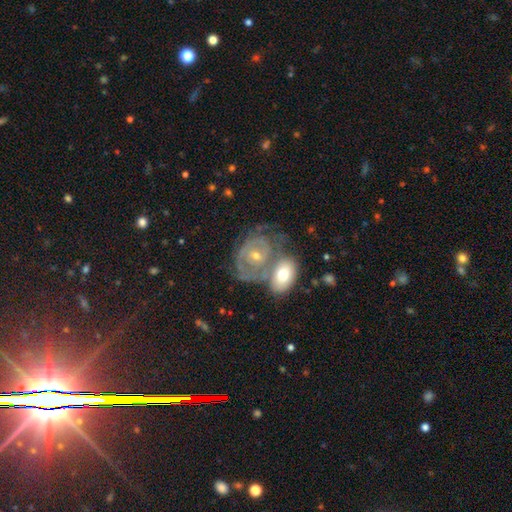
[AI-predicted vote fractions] This is likely a featured or disk galaxy (71%). It is clearly not viewed edge-on (95%). Bar: likely no (75%). Spiral arm pattern: likely yes (75%). Spiral arm count: possibly can't tell (48%). Spiral winding: likely tight (67%). Central bulge: possibly small (52%). Merging: marginally merger (42%).